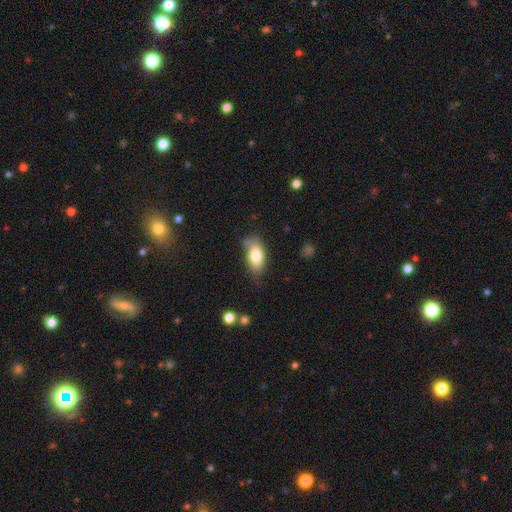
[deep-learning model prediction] smooth-or-featured: smooth: 77% | featured or disk: 16% | star or artifact: 7%
  how-rounded: in between: 91% | cigar-shaped: 5% | round: 4%
  merging: none: 58% | minor disturbance: 29% | major disturbance: 8% | merger: 4%